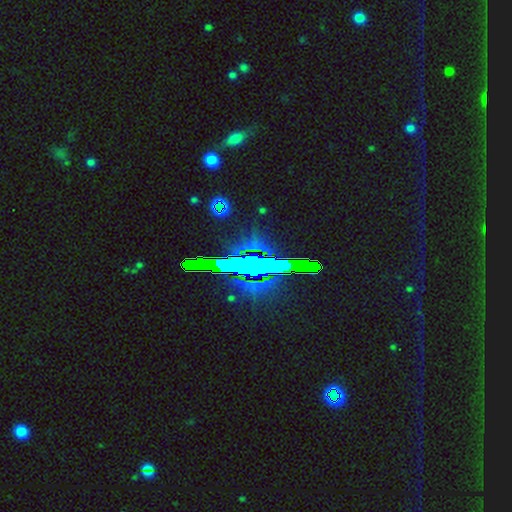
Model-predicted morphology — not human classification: Q: Smooth or featured?
A: star or artifact (69%); runner-up: featured or disk (16%)